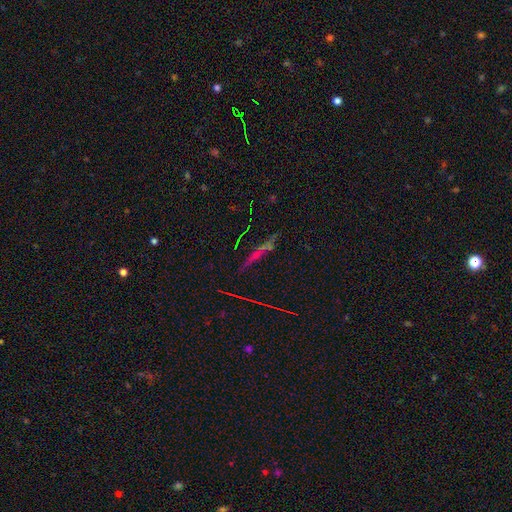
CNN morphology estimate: smooth_or_featured: star or artifact (p=0.40) [alt: featured or disk p=0.35]